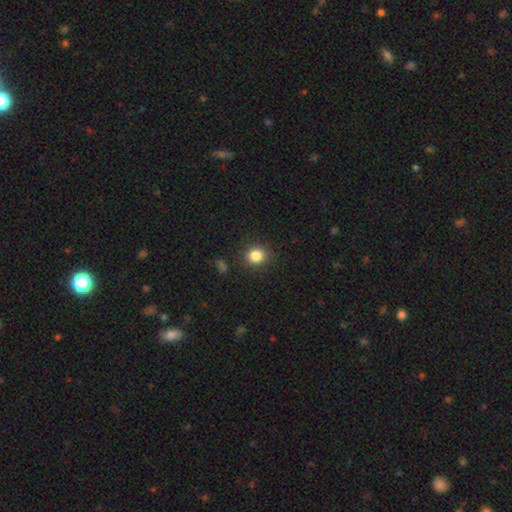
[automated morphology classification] Smooth or featured? Predicted: smooth (p=0.84). How rounded? Predicted: round (p=0.81). Merging? Predicted: none (p=0.87).